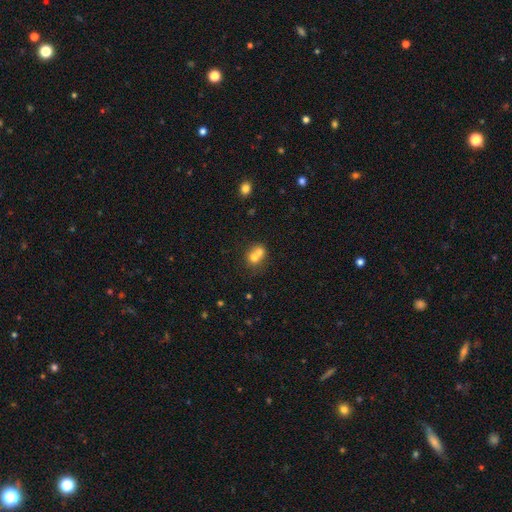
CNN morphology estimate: smooth 68%, featured or disk 20%, star or artifact 12%. Down the decision tree: how rounded — round (76%); merging — merger (65%).